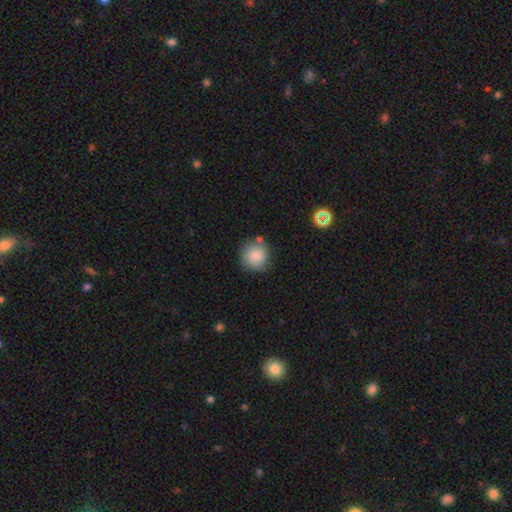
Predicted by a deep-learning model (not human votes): Smooth or featured? smooth (82%)
How rounded? round (90%)
Merging? none (74%)